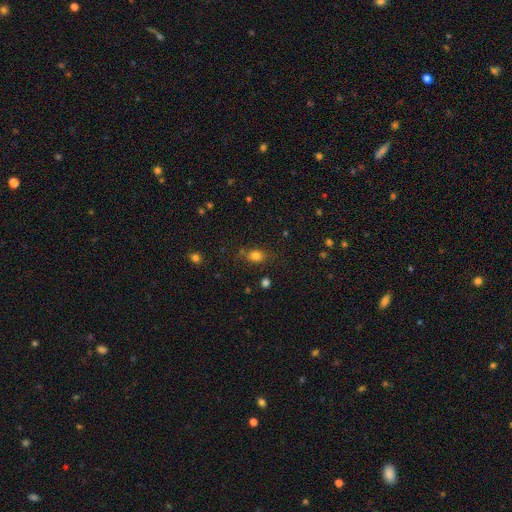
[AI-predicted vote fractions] smooth_or_featured: smooth (p=0.79) [alt: star or artifact p=0.13]
how_rounded: in between (p=0.58) [alt: round p=0.40]
merging: none (p=0.73) [alt: minor disturbance p=0.17]